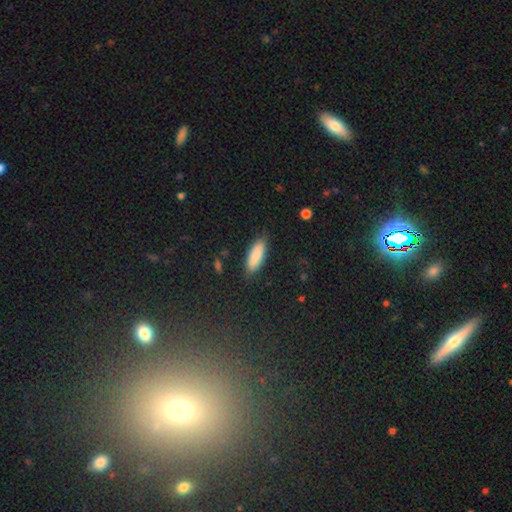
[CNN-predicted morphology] This appears to be a smooth galaxy with no disk features (88%) that is in between round and cigar-shaped (66%). Merging: none (87%).